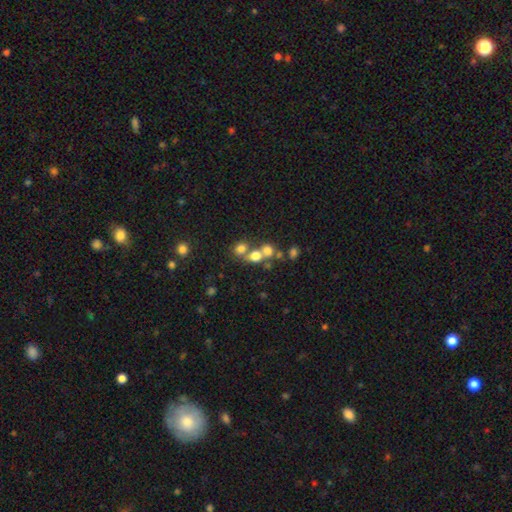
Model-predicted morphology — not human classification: The model was most divided on "merging": merger: 50%, none: 36%, minor disturbance: 8%, major disturbance: 6%. More confident: how rounded — round (68%); smooth or featured — smooth (65%).